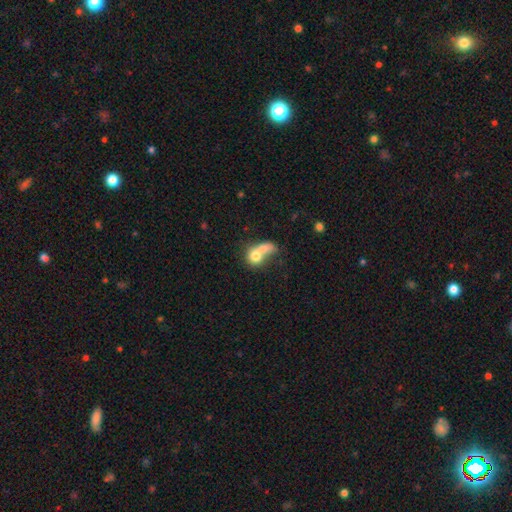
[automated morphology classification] type=smooth (72%); roundness=round (61%); merging=merger (67%).